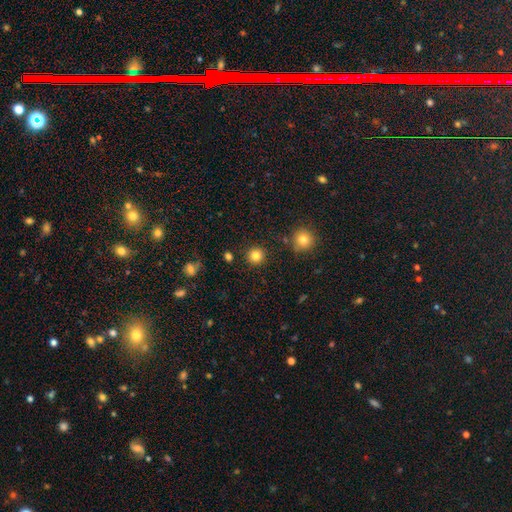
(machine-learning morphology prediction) smooth 84%, star or artifact 12%, featured or disk 5%. Down the decision tree: how rounded — round (94%); merging — none (90%).